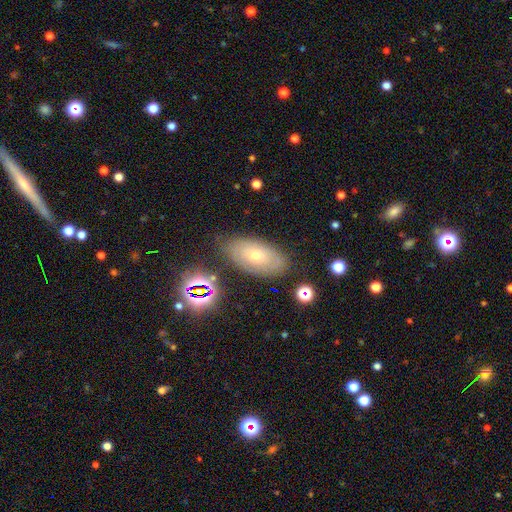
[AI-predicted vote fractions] This is possibly a featured or disk galaxy (47%). Merging: likely none (76%).